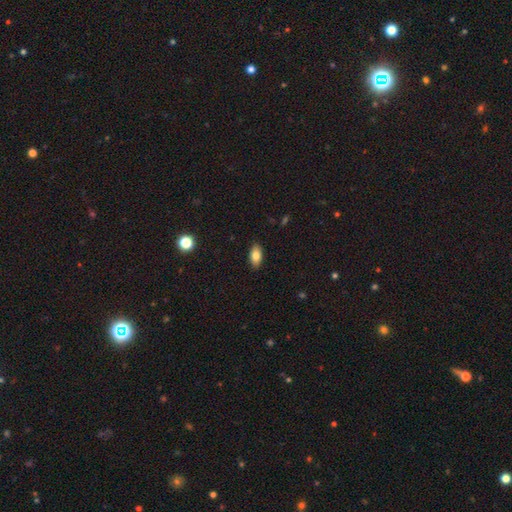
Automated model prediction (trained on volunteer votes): Overall: smooth (81%). How rounded: in between (90%). Merging: none (89%).